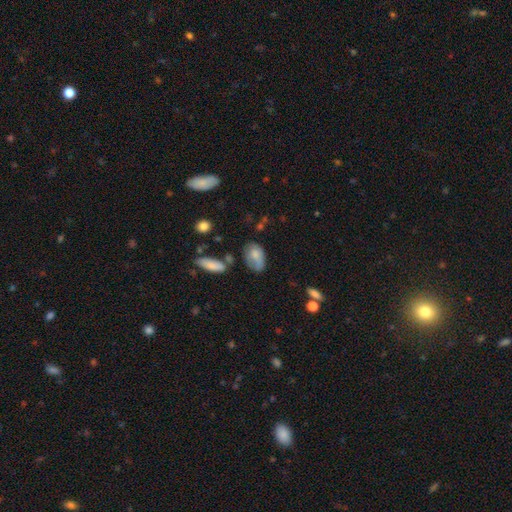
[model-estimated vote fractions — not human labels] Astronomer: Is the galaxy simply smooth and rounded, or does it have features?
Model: smooth — 74%.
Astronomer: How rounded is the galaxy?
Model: in between — 88%.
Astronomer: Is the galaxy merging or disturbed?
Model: none — 40% (runner-up: minor disturbance, 35%).